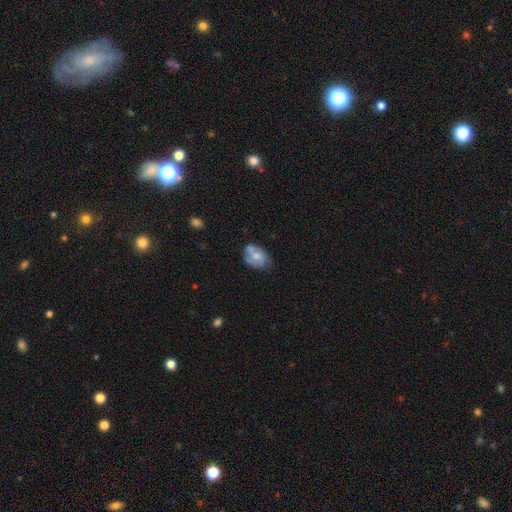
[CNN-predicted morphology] smooth-or-featured: smooth: 48% | featured or disk: 44% | star or artifact: 8%
  merging: none: 52% | minor disturbance: 30% | major disturbance: 12% | merger: 6%